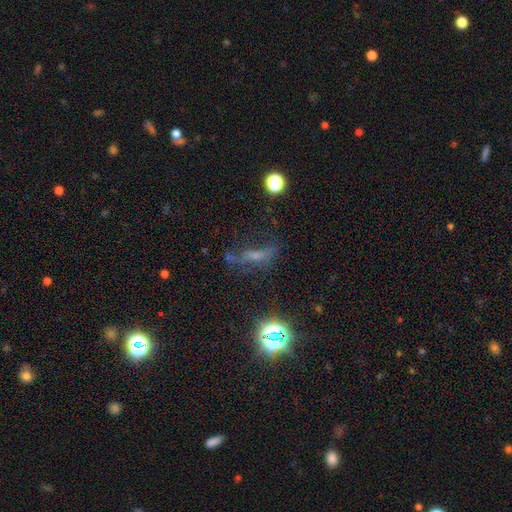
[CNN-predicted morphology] A featured or disk galaxy (35%). Merging: none (50%).